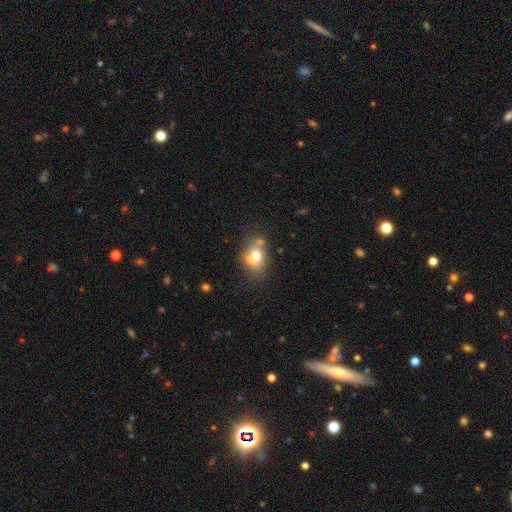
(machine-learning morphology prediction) This appears to be a smooth galaxy with no disk features (68%) that is in between round and cigar-shaped (63%). Merging: none (50%).